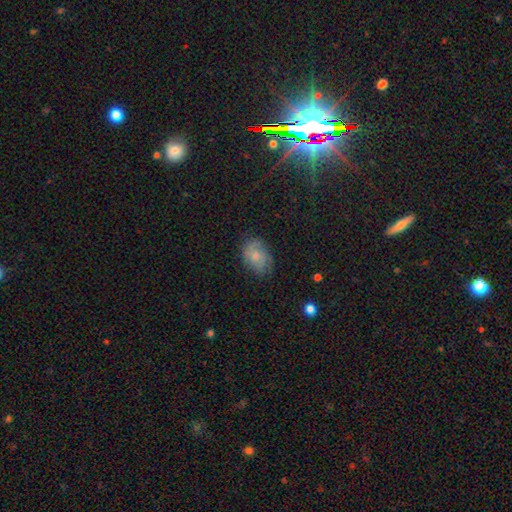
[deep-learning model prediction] A smooth galaxy with no disk features (65%) that is in between round and cigar-shaped (79%). Merging: none (69%).